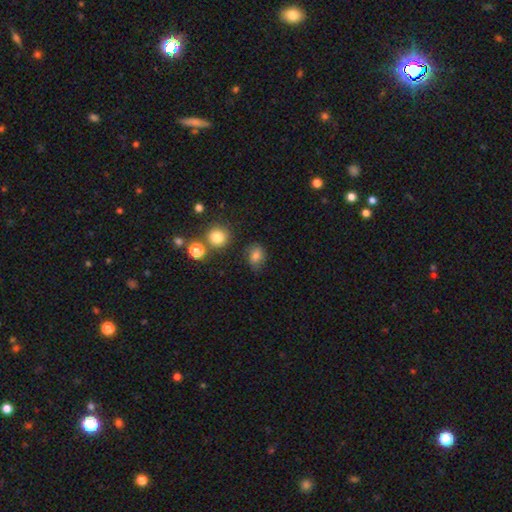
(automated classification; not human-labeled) This appears to be a smooth galaxy with no disk features (77%) that is in between round and cigar-shaped (51%). Merging: none (72%).